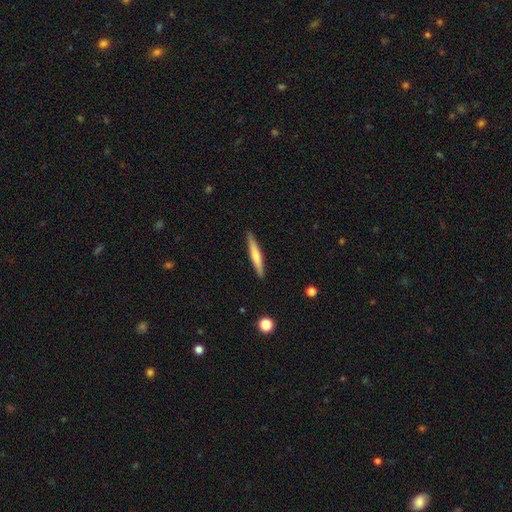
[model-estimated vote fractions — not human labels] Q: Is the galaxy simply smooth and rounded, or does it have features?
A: smooth — 58%.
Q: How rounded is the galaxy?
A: cigar-shaped — 94%.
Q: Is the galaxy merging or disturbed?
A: none — 90%.